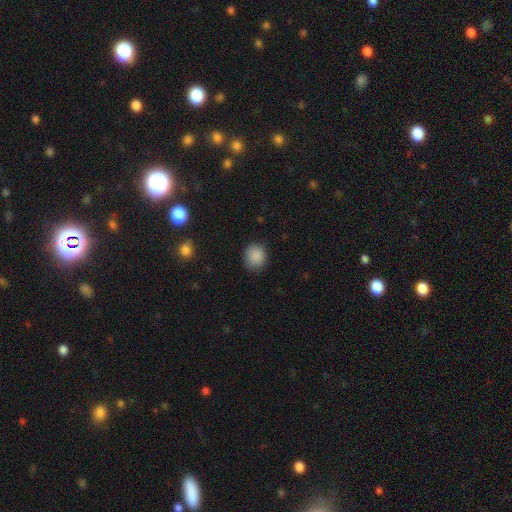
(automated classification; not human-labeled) This appears to be a smooth galaxy with no disk features (88%) that is round (81%). Merging: none (86%).